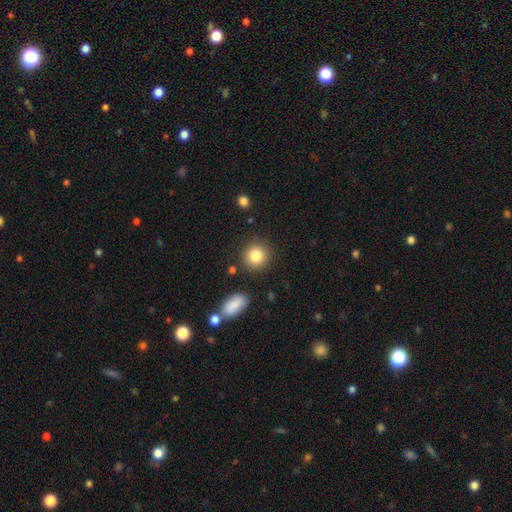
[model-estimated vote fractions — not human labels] smooth 84%, star or artifact 9%, featured or disk 6%. Down the decision tree: how rounded — round (90%); merging — none (86%).